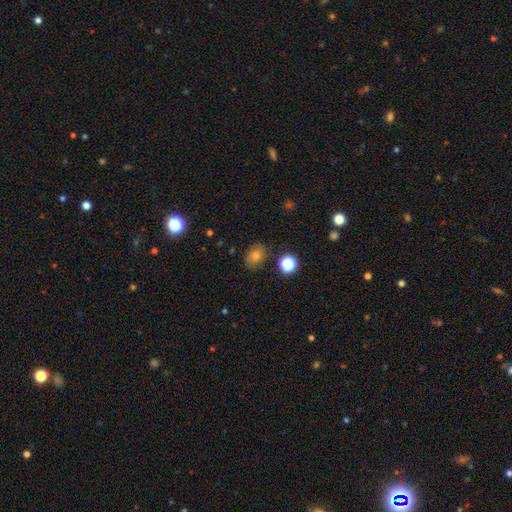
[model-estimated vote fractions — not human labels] Morphology: type=smooth (74%); roundness=round (51%); merging=none (82%).